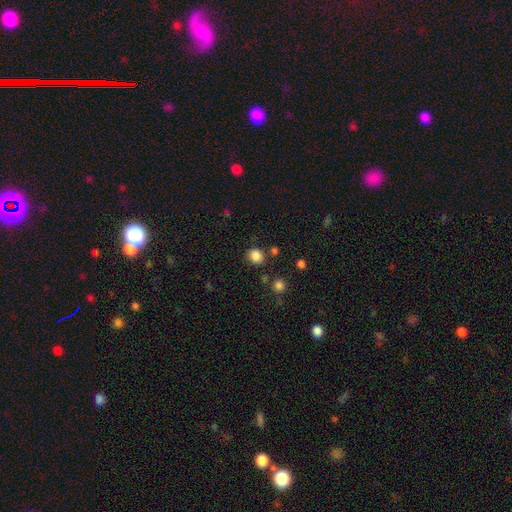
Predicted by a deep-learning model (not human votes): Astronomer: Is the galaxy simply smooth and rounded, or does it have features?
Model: smooth — 85%.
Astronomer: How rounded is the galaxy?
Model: round — 73%.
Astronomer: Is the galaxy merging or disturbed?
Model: none — 82%.